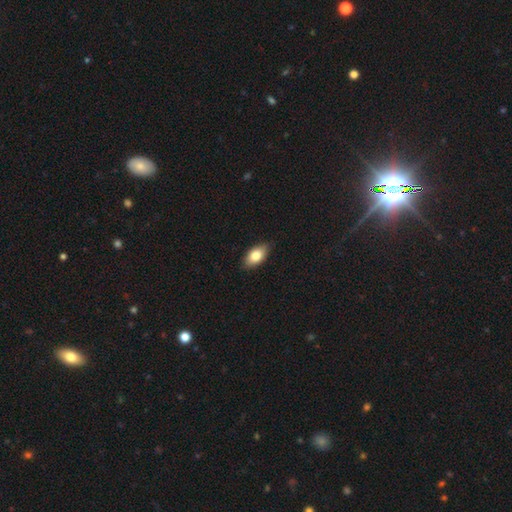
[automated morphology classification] A smooth galaxy with no disk features (80%) that is in between round and cigar-shaped (91%). Merging: none (86%).